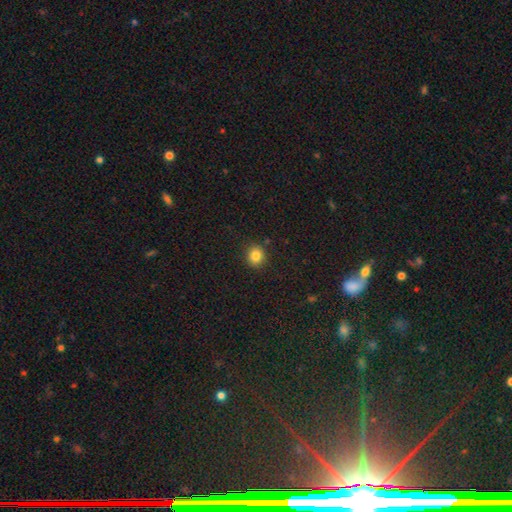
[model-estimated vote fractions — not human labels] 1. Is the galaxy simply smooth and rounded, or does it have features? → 83% smooth, 11% star or artifact, 6% featured or disk.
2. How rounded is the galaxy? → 78% round, 21% in between, 1% cigar-shaped.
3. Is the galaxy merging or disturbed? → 88% none, 8% minor disturbance, 2% major disturbance, 2% merger.